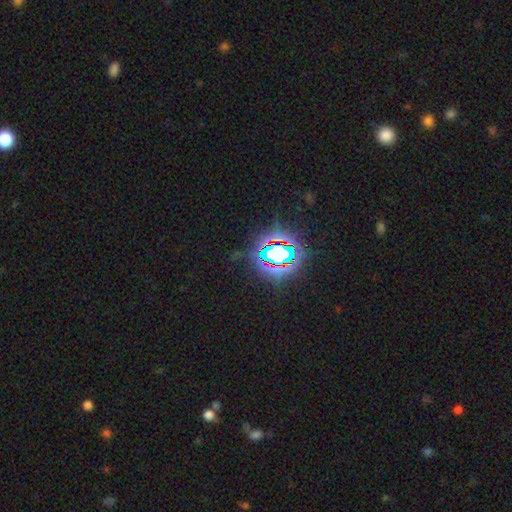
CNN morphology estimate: This is likely a star or artifact rather than a galaxy (74%).